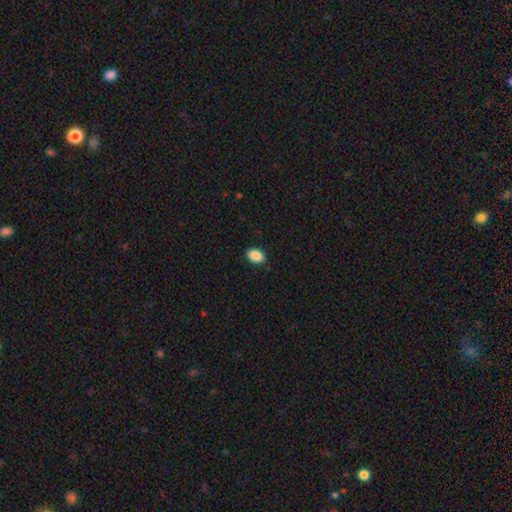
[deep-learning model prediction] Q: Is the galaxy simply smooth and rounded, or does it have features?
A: smooth — 89%.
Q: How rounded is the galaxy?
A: in between — 82%.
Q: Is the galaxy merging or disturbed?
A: none — 90%.